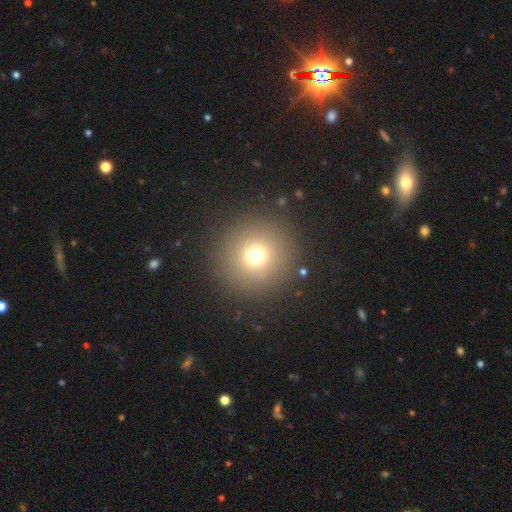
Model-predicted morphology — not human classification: A smooth galaxy with no disk features (71%) that is round (95%). Merging: none (89%).